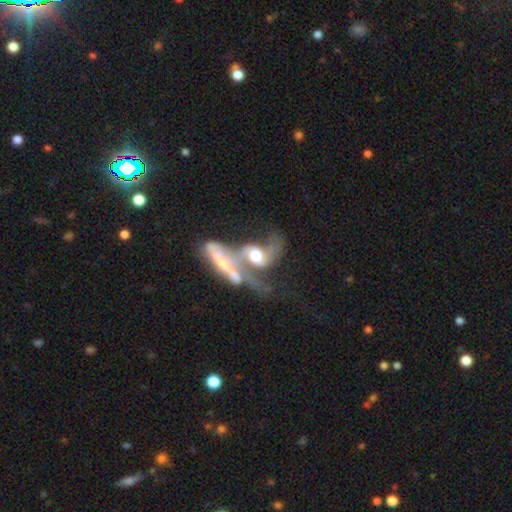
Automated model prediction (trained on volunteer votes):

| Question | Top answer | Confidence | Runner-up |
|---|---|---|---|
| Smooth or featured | featured or disk | 75% | smooth (17%) |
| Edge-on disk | no | 90% | yes (10%) |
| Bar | no | 55% | weak (29%) |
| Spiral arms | yes | 80% | no (20%) |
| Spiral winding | loose | 63% | medium (28%) |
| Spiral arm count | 2 | 77% | can't tell (10%) |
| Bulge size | moderate | 54% | large (28%) |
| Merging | merger | 75% | major disturbance (11%) |